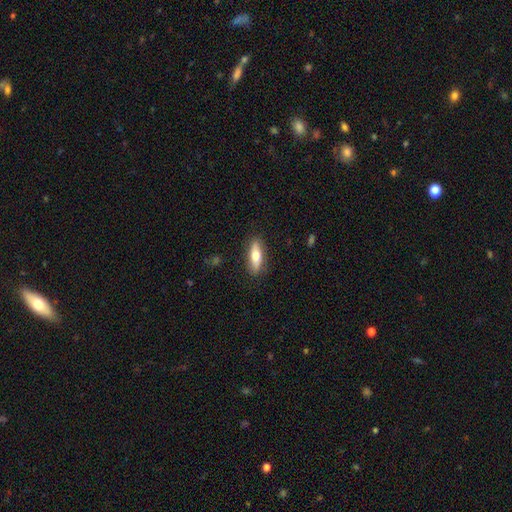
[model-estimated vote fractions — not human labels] Q: Smooth or featured?
A: smooth (63%); runner-up: featured or disk (31%)
Q: How rounded?
A: in between (52%); runner-up: cigar-shaped (46%)
Q: Merging?
A: none (85%); runner-up: minor disturbance (11%)